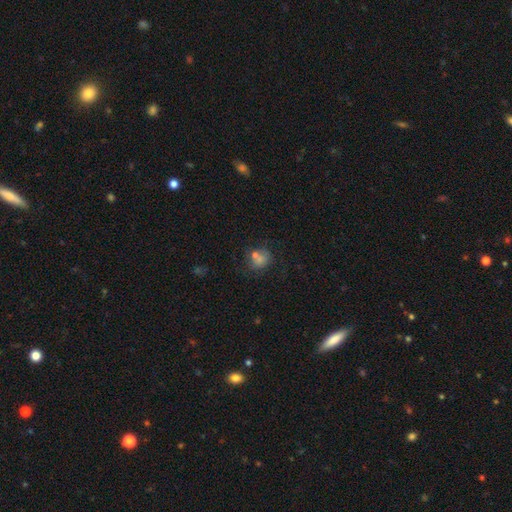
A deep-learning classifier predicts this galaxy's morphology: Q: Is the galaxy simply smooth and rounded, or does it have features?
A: smooth — 60%.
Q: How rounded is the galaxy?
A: round — 77%.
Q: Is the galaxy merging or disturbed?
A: none — 61%.